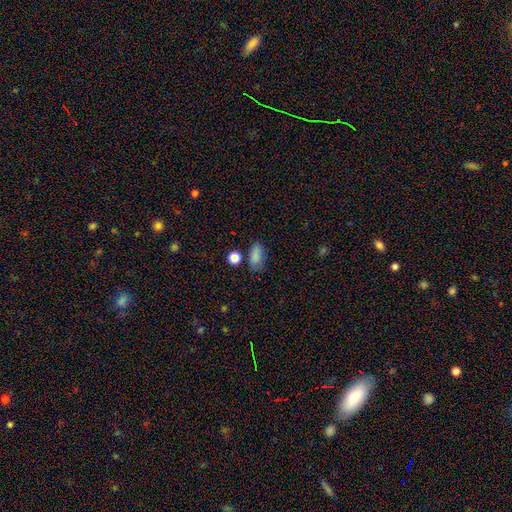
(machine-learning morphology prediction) smooth 82%, star or artifact 11%, featured or disk 7%. Down the decision tree: how rounded — in between (88%); merging — none (67%).